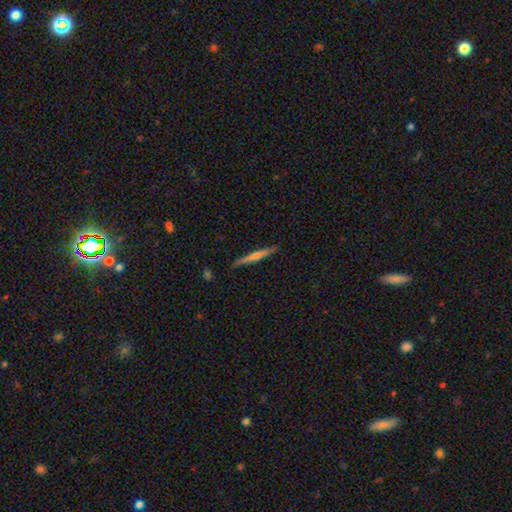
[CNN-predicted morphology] Q: Smooth or featured?
A: featured or disk (63%); runner-up: smooth (31%)
Q: Edge-on disk?
A: yes (98%); runner-up: no (2%)
Q: Edge-on bulge?
A: rounded (63%); runner-up: none (30%)
Q: Merging?
A: none (91%); runner-up: minor disturbance (7%)